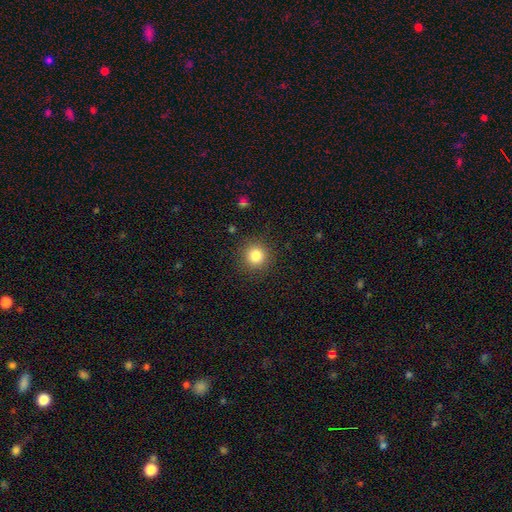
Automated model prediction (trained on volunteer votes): Smooth or featured: smooth — 83% (star or artifact — 12%)
How rounded: round — 94% (in between — 5%)
Merging: none — 90% (minor disturbance — 7%)